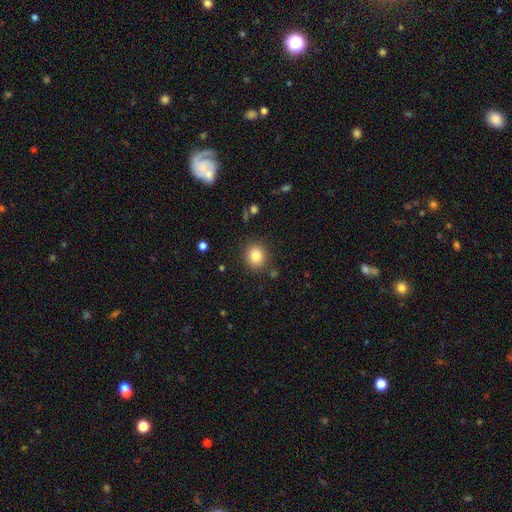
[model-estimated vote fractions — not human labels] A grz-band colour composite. It shows a smooth galaxy with no disk features (83%) that is round (78%). Merging: none (86%).